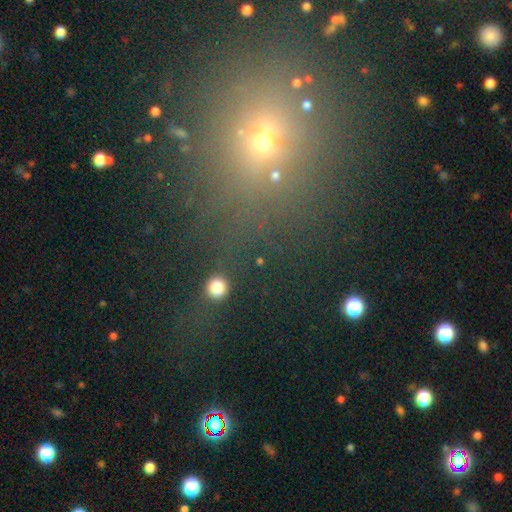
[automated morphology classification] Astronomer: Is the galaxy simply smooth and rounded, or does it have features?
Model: star or artifact — 54% (runner-up: smooth, 35%).